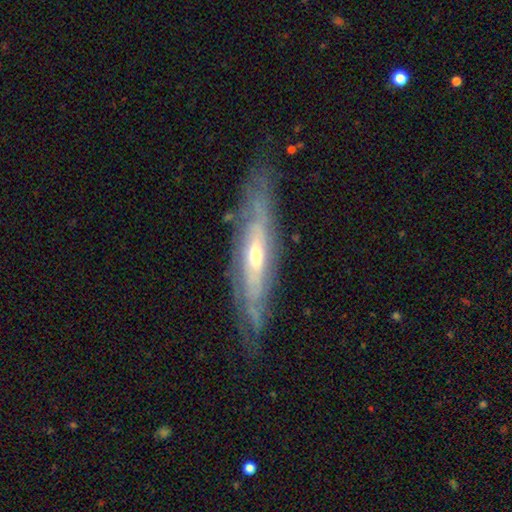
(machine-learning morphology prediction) A featured or disk galaxy (81%).

Vote fractions:
- Smooth or featured? featured or disk: 81% / smooth: 13% / star or artifact: 6%
- Edge-on disk? no: 51% / yes: 49%
- Merging? none: 76% / minor disturbance: 17% / major disturbance: 5% / merger: 1%